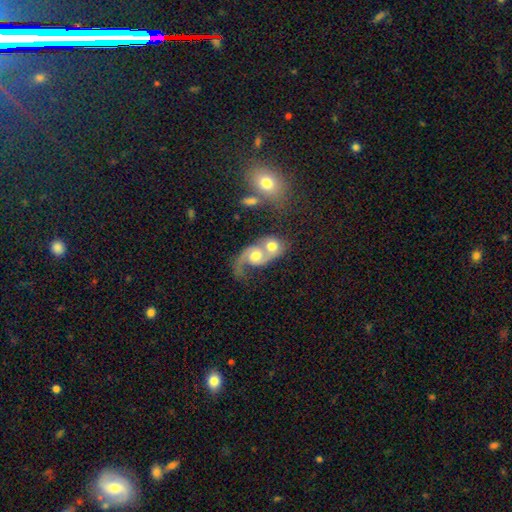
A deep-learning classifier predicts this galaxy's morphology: A featured or disk galaxy (66%) with no bar (72%), 2 (61%) loose (58%) spiral arms (87%) and a moderate central bulge (56%). Merging: merger (73%).